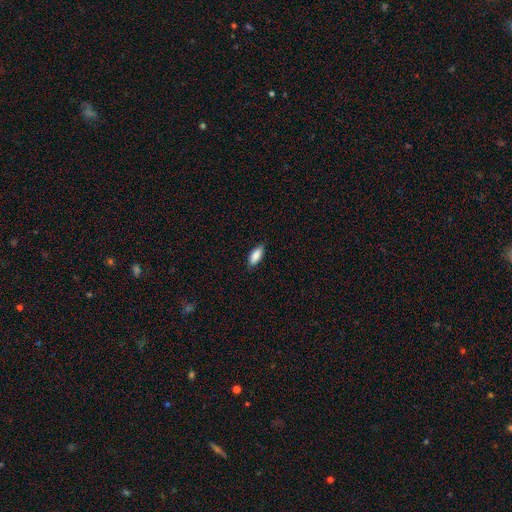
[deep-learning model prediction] Morphology: type=smooth (87%); roundness=in between (79%); merging=none (84%).